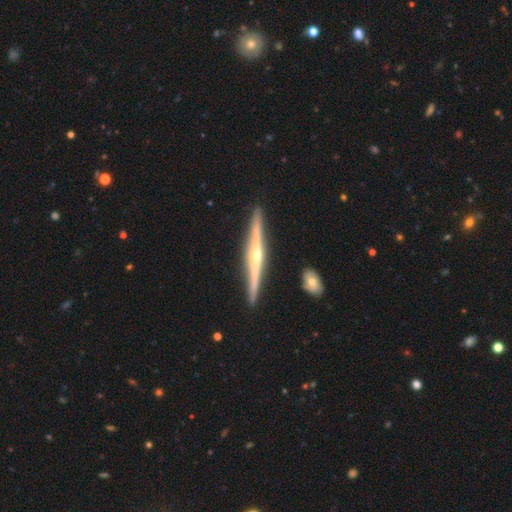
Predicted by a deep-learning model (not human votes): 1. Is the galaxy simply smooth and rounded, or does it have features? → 83% featured or disk, 12% smooth, 5% star or artifact.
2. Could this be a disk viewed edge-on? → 98% yes, 2% no.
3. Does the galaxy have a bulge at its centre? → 82% rounded, 12% none, 6% boxy.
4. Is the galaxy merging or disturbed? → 91% none, 6% minor disturbance, 2% merger, 1% major disturbance.